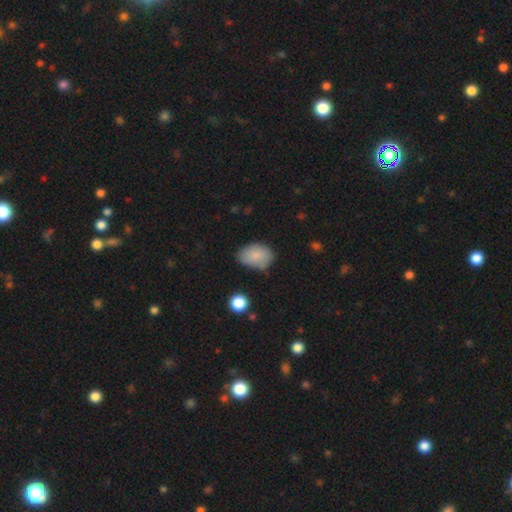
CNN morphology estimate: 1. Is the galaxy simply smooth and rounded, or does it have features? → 85% smooth, 8% featured or disk, 7% star or artifact.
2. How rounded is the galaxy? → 84% in between, 15% round, 1% cigar-shaped.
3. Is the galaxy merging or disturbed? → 70% none, 23% minor disturbance, 5% major disturbance, 3% merger.